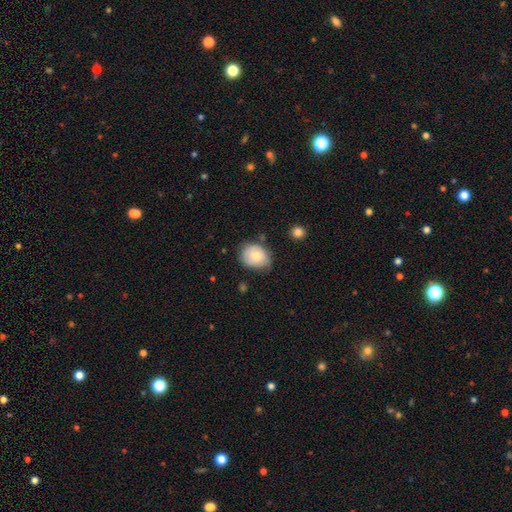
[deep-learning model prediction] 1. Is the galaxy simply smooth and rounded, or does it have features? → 71% smooth, 22% featured or disk, 8% star or artifact.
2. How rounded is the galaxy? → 58% round, 41% in between, 1% cigar-shaped.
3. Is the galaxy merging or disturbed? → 57% none, 33% minor disturbance, 7% major disturbance, 3% merger.